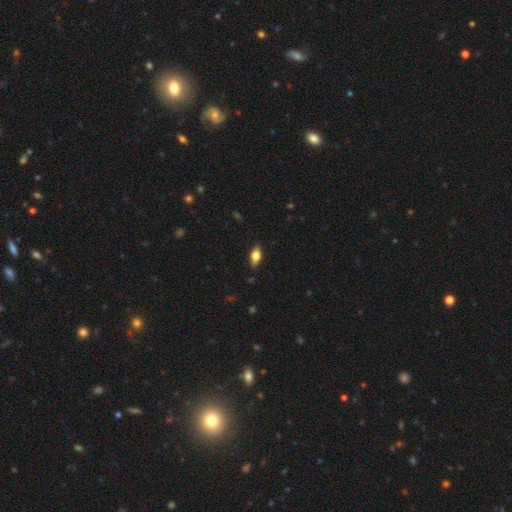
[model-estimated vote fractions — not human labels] This is likely a smooth galaxy (63%). How rounded: clearly in between (82%). Merging: clearly none (86%).